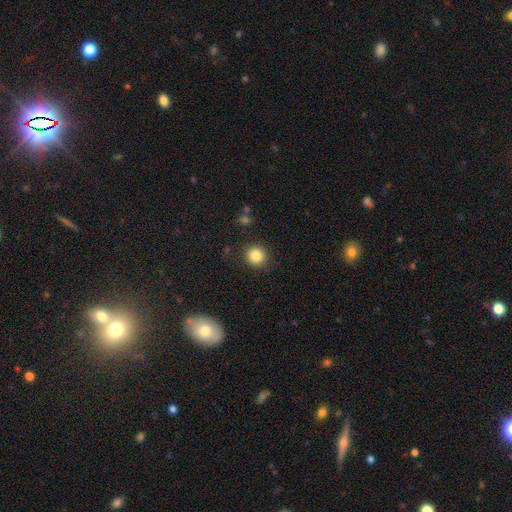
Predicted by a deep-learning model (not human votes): smooth 84%, star or artifact 11%, featured or disk 6%. Down the decision tree: how rounded — round (91%); merging — none (89%).